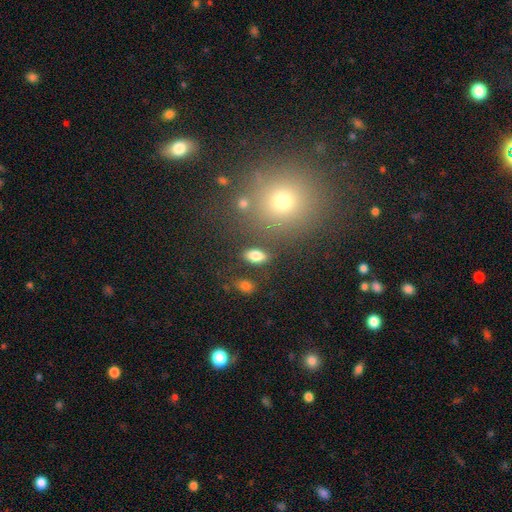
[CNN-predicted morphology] A smooth galaxy with no disk features (82%) that is in between round and cigar-shaped (89%). Merging: none (81%).